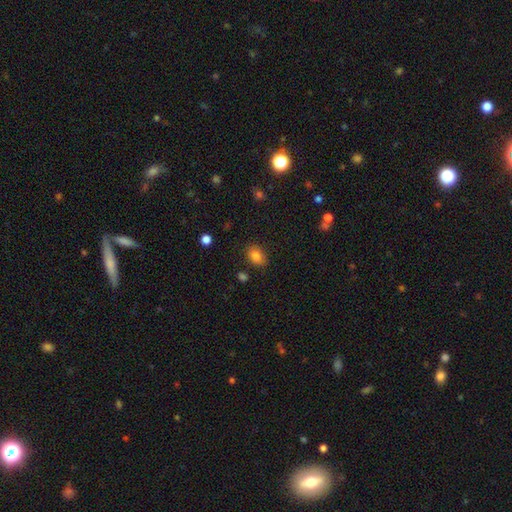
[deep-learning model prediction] A smooth galaxy with no disk features (82%) that is in between round and cigar-shaped (74%). Merging: none (82%).